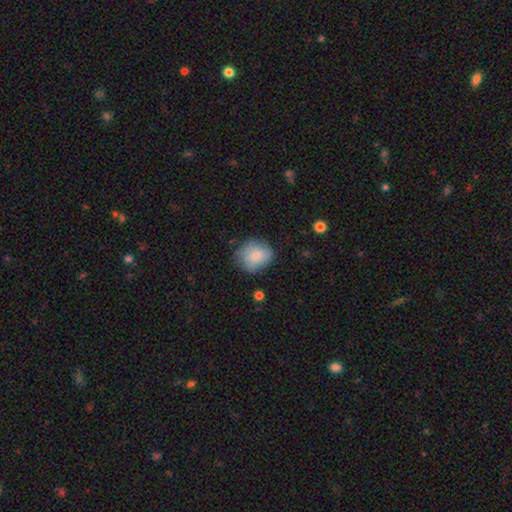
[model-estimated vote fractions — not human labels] Smooth or featured? smooth (79%)
How rounded? round (68%)
Merging? none (64%)